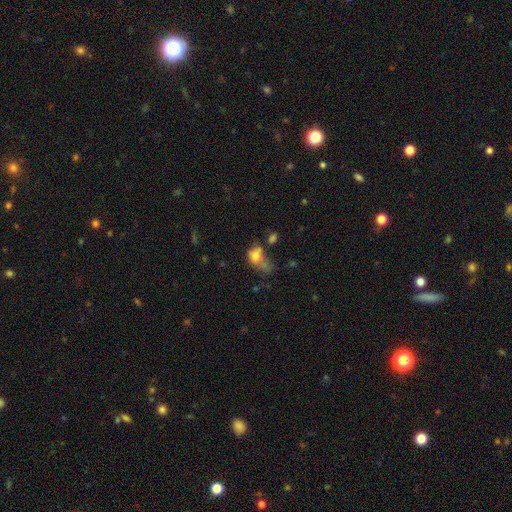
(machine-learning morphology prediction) The model was most divided on "merging": major disturbance: 36%, merger: 27%, none: 18%, minor disturbance: 18%. More confident: how rounded — in between (71%); smooth or featured — smooth (64%).